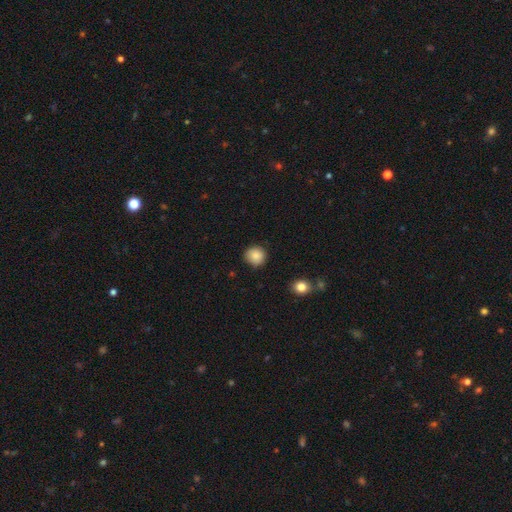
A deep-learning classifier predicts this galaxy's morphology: smooth-or-featured: smooth: 87% | star or artifact: 9% | featured or disk: 4%
  how-rounded: round: 90% | in between: 9% | cigar-shaped: 1%
  merging: none: 88% | minor disturbance: 9% | major disturbance: 2% | merger: 1%